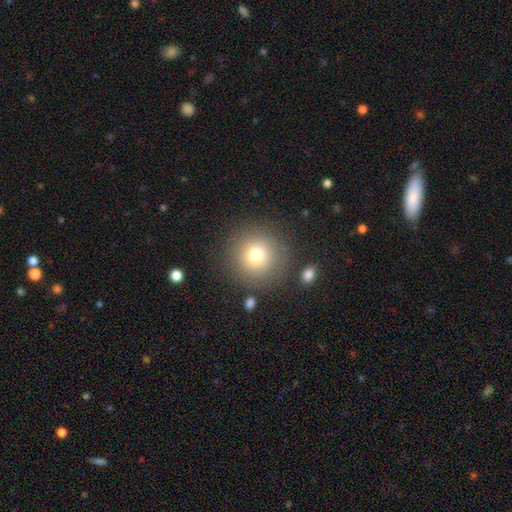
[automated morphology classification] Smooth or featured? Predicted: smooth (p=0.74). How rounded? Predicted: round (p=0.95). Merging? Predicted: none (p=0.85).